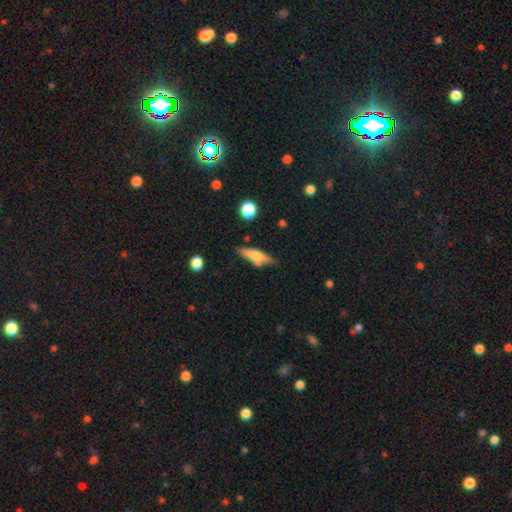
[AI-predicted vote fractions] Smooth or featured?
  - smooth: 57% *
  - featured or disk: 35%
  - star or artifact: 8%
How rounded?
  - cigar-shaped: 64% *
  - in between: 33%
  - round: 3%
Merging?
  - none: 69% *
  - minor disturbance: 19%
  - merger: 7%
  - major disturbance: 5%